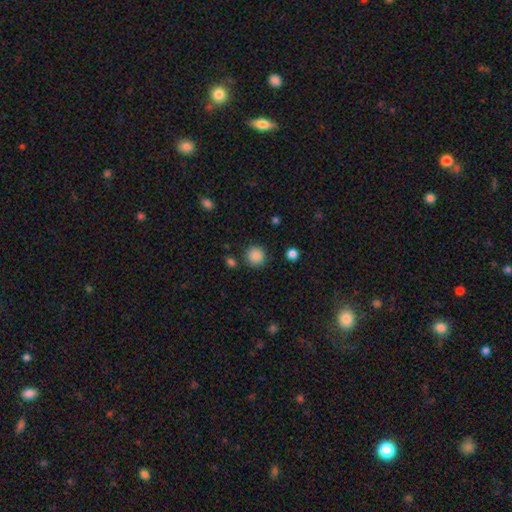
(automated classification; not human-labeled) Q: Smooth or featured?
A: smooth (87%); runner-up: star or artifact (9%)
Q: How rounded?
A: round (92%); runner-up: in between (7%)
Q: Merging?
A: none (86%); runner-up: minor disturbance (8%)